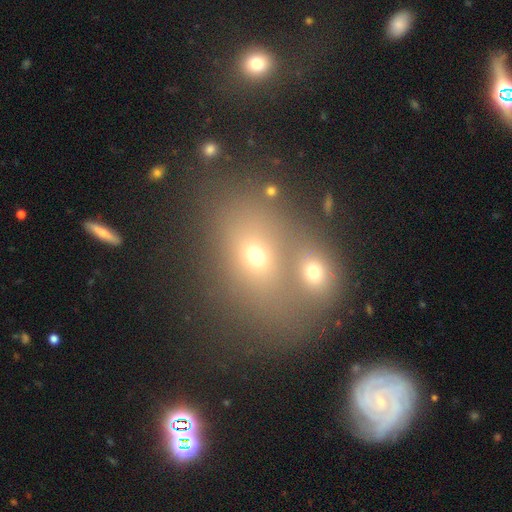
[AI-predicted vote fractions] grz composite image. It shows a smooth galaxy with no disk features (58%) that is in between round and cigar-shaped (58%). Merging: merger (48%).